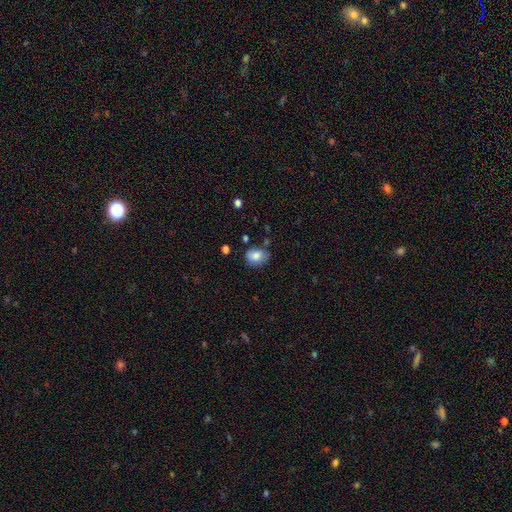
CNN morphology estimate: The model was most divided on "how rounded": in between: 62%, round: 37%, cigar-shaped: 1%. More confident: smooth or featured — smooth (80%); merging — none (65%).